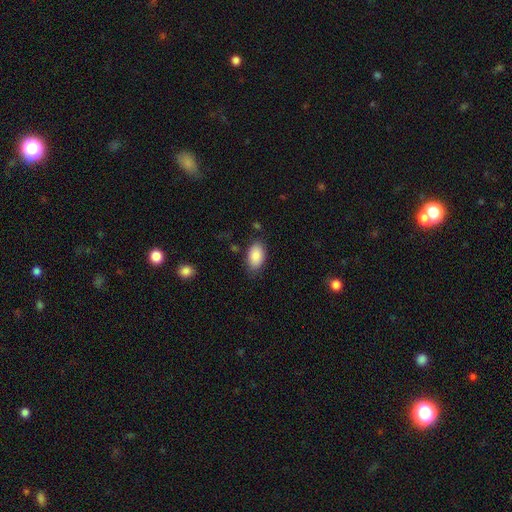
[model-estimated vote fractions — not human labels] Q: Smooth or featured?
A: smooth (88%); runner-up: star or artifact (6%)
Q: How rounded?
A: in between (93%); runner-up: round (5%)
Q: Merging?
A: none (80%); runner-up: minor disturbance (14%)